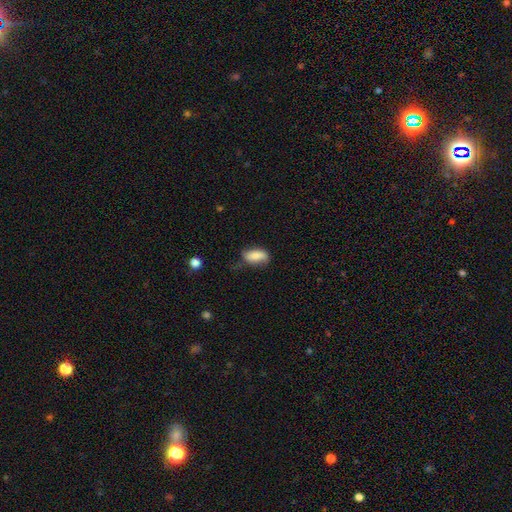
Smooth or featured? smooth (80%)
How rounded? in between (75%)
Merging? none (78%)